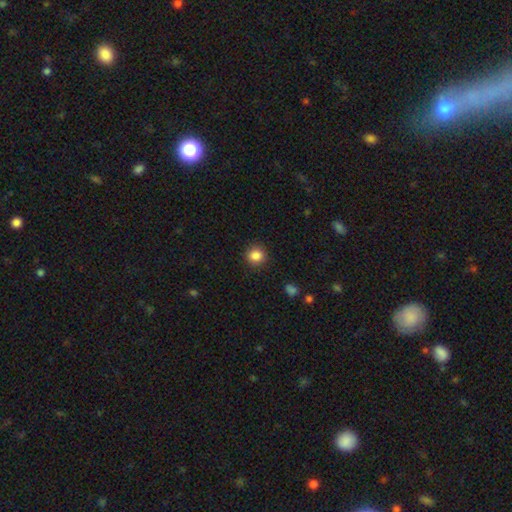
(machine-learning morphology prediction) Smooth or featured? Predicted: smooth (p=0.86). How rounded? Predicted: round (p=0.89). Merging? Predicted: none (p=0.91).